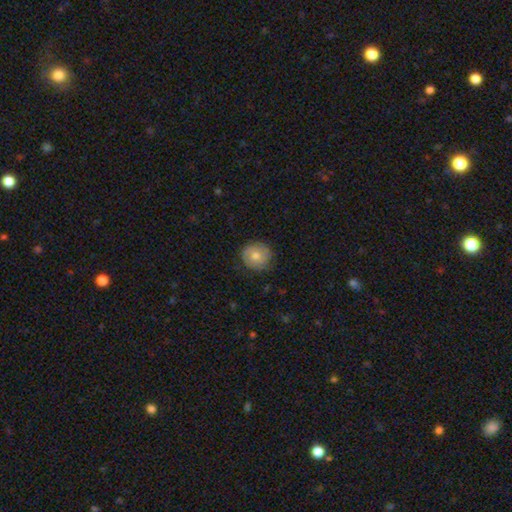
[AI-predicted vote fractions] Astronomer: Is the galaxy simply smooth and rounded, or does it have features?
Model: smooth — 67%.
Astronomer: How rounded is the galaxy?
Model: round — 92%.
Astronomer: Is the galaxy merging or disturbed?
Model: none — 85%.